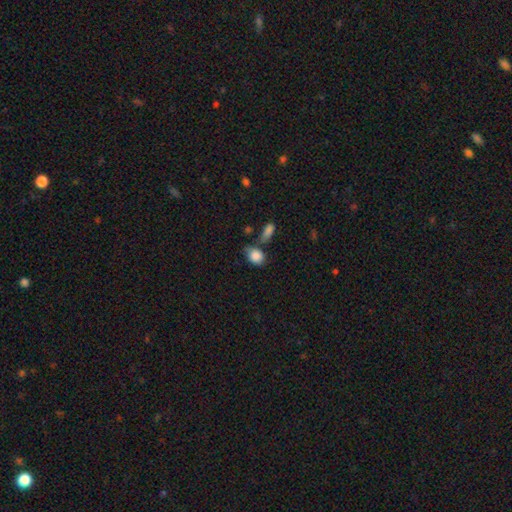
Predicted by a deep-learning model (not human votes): Q: Smooth or featured?
A: smooth (87%); runner-up: star or artifact (8%)
Q: How rounded?
A: in between (54%); runner-up: round (44%)
Q: Merging?
A: none (49%); runner-up: minor disturbance (23%)